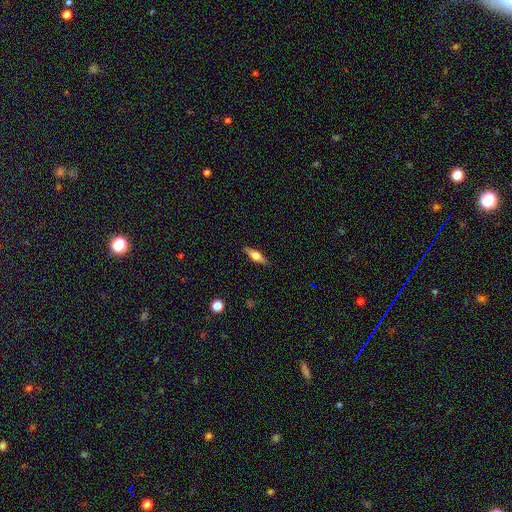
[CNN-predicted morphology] smooth-or-featured: featured or disk: 49% | smooth: 44% | star or artifact: 7%
  merging: none: 89% | minor disturbance: 8% | major disturbance: 2% | merger: 1%